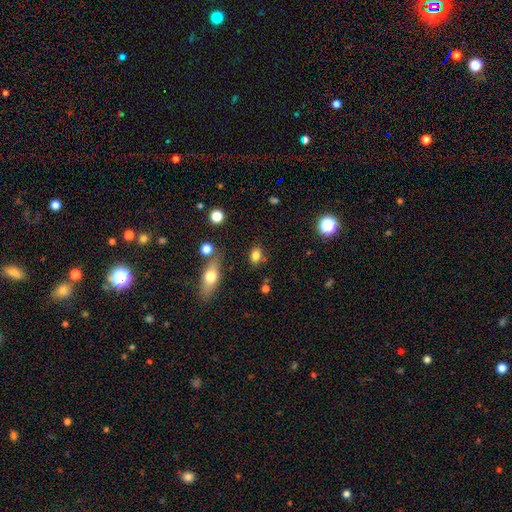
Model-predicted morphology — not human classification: Smooth or featured?
  - smooth: 81% *
  - star or artifact: 11%
  - featured or disk: 8%
How rounded?
  - in between: 68% *
  - round: 29%
  - cigar-shaped: 3%
Merging?
  - none: 76% *
  - minor disturbance: 13%
  - merger: 7%
  - major disturbance: 4%